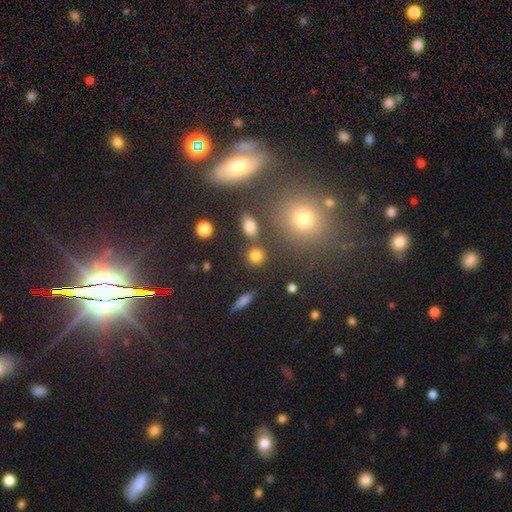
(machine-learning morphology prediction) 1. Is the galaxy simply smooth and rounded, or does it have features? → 79% smooth, 14% star or artifact, 7% featured or disk.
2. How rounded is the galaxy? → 82% round, 16% in between, 2% cigar-shaped.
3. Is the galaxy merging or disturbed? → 79% none, 9% merger, 9% minor disturbance, 3% major disturbance.